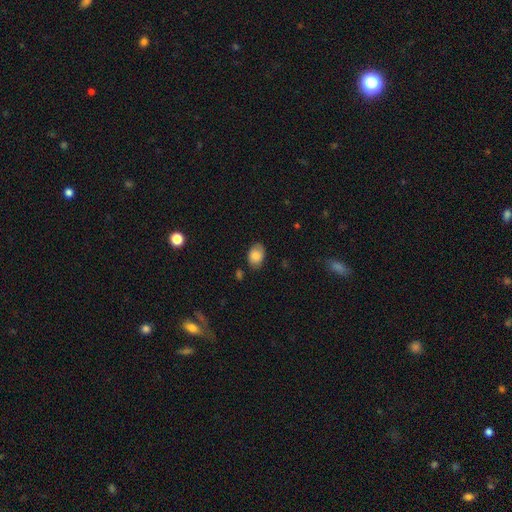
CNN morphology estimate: smooth 83%, featured or disk 9%, star or artifact 8%. Down the decision tree: how rounded — in between (81%); merging — none (75%).